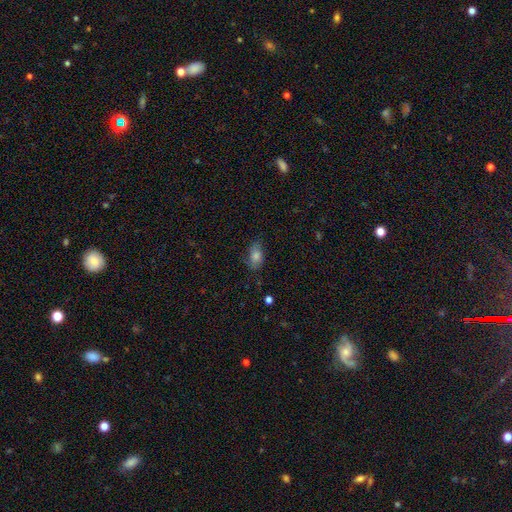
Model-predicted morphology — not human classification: Overall: smooth (67%). How rounded: in between (83%). Merging: none (69%).